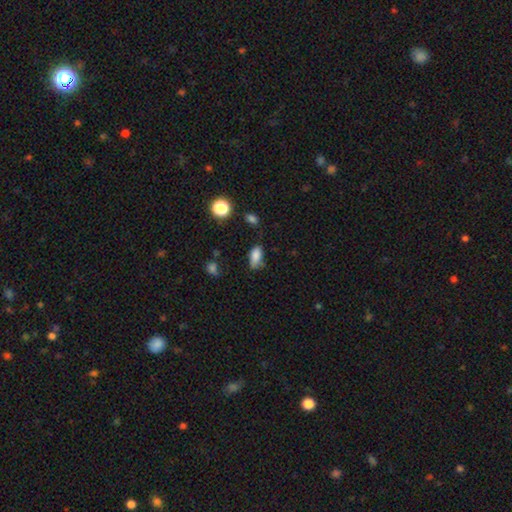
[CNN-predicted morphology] Smooth or featured: smooth — 83% (star or artifact — 10%)
How rounded: in between — 88% (cigar-shaped — 6%)
Merging: none — 56% (minor disturbance — 32%)